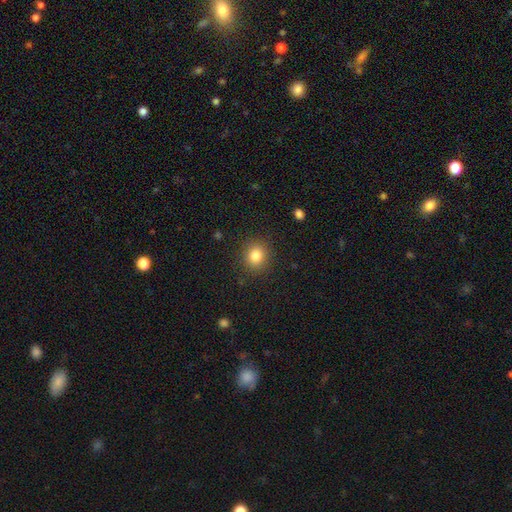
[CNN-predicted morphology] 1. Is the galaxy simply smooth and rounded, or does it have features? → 82% smooth, 11% star or artifact, 6% featured or disk.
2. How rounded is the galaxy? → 78% round, 21% in between, 1% cigar-shaped.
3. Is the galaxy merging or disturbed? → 88% none, 8% minor disturbance, 3% major disturbance, 1% merger.